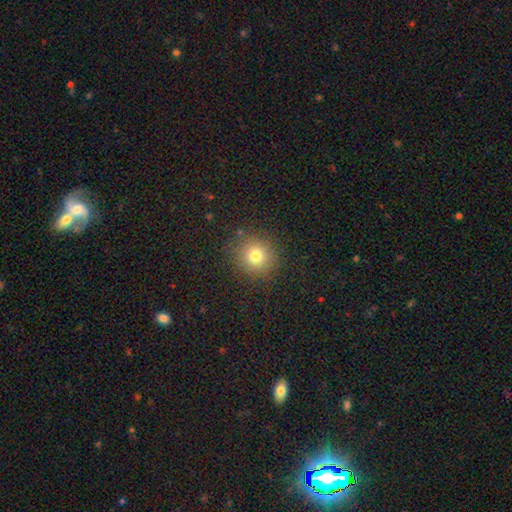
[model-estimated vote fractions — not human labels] Overall: smooth (76%). How rounded: round (91%). Merging: none (87%).